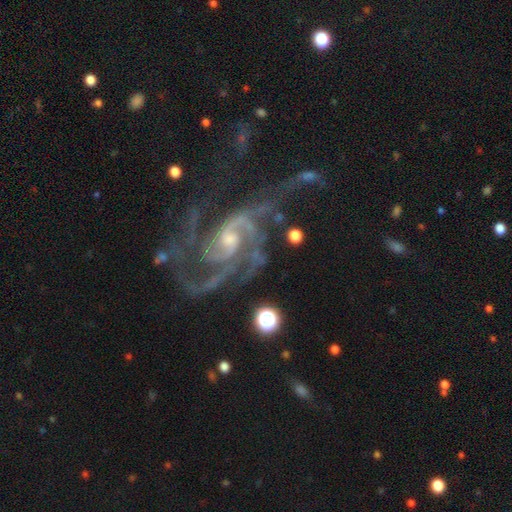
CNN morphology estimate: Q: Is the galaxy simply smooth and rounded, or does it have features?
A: featured or disk — 90%.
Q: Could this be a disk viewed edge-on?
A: no — 97%.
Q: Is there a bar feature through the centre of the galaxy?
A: no — 47%.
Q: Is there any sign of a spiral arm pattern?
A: yes — 98%.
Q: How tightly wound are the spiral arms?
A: medium — 50%.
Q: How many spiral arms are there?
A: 2 — 31%.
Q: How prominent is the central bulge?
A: small — 47%.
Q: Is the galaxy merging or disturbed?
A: none — 44%.